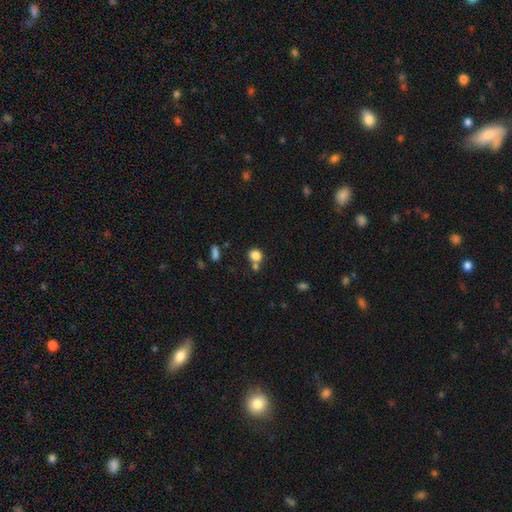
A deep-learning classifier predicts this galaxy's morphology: smooth-or-featured: smooth: 82% | star or artifact: 12% | featured or disk: 6%
  how-rounded: round: 74% | in between: 25% | cigar-shaped: 1%
  merging: none: 57% | merger: 28% | minor disturbance: 10% | major disturbance: 4%